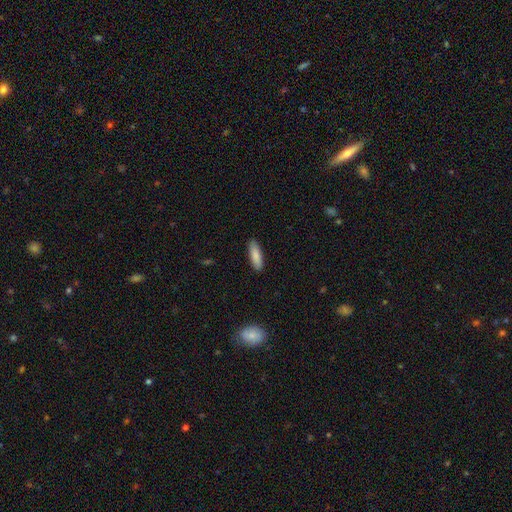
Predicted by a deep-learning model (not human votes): Overall: smooth (86%). How rounded: cigar-shaped (50%; in between 49%). Merging: none (88%).